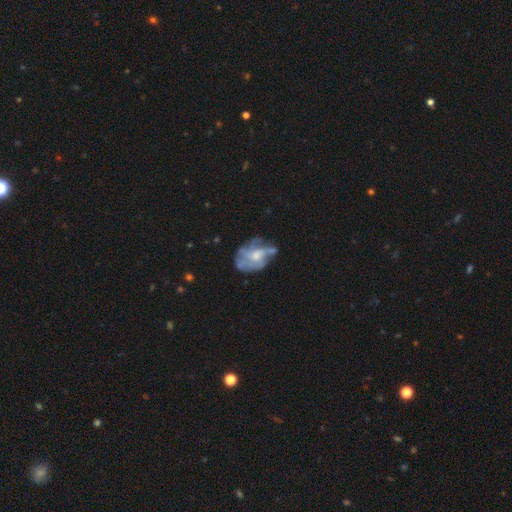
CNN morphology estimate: A featured or disk galaxy (69%) with no bar (76%), spiral arms (66%) and a moderate central bulge (49%). Merging: none (46%).